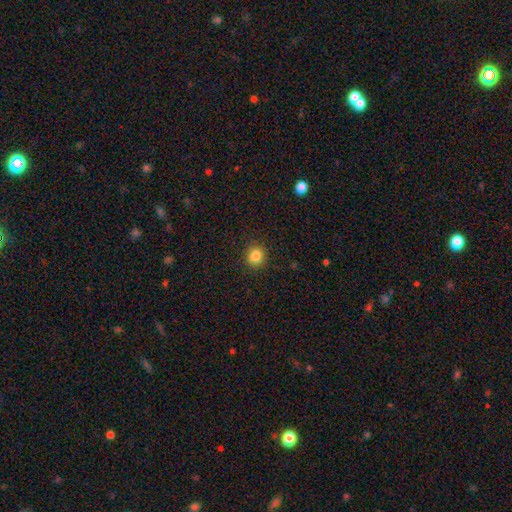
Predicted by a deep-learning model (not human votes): Smooth or featured? Predicted: smooth (p=0.82). How rounded? Predicted: round (p=0.74). Merging? Predicted: none (p=0.84).